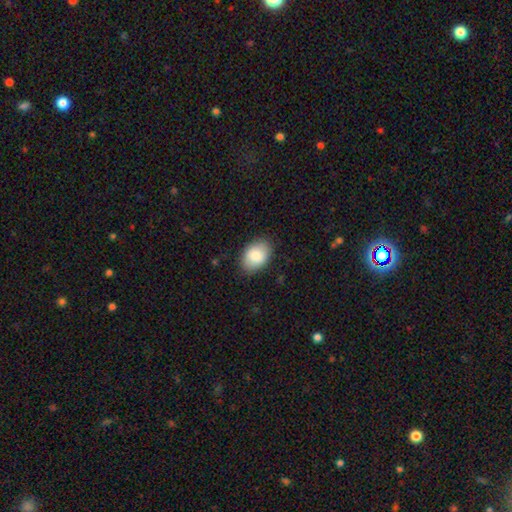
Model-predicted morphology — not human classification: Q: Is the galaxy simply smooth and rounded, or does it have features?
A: smooth — 86%.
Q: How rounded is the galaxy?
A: in between — 85%.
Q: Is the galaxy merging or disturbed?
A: none — 85%.